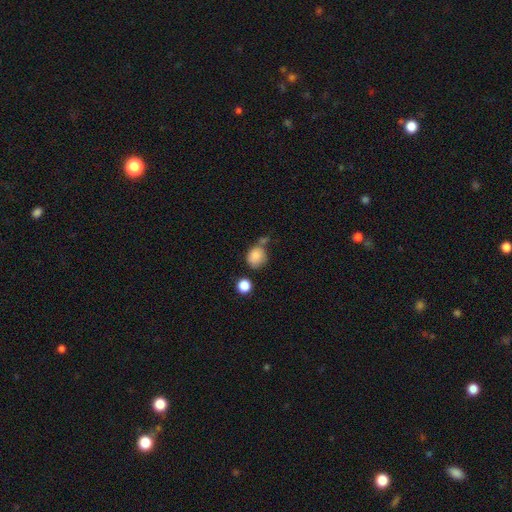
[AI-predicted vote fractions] Smooth or featured? smooth (84%)
How rounded? round (76%)
Merging? none (50%)